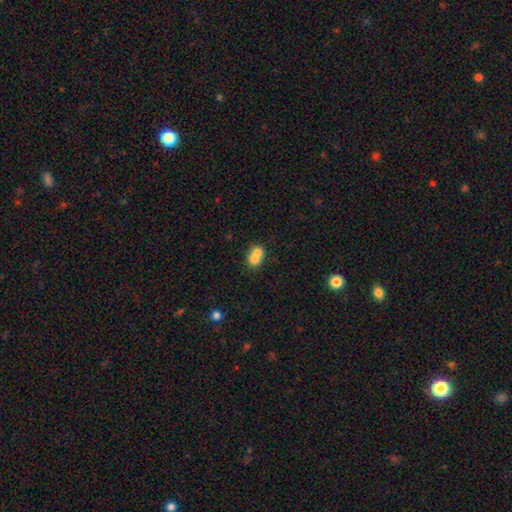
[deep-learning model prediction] Overall: smooth (71%). How rounded: round (57%; in between 42%). Merging: merger (67%).